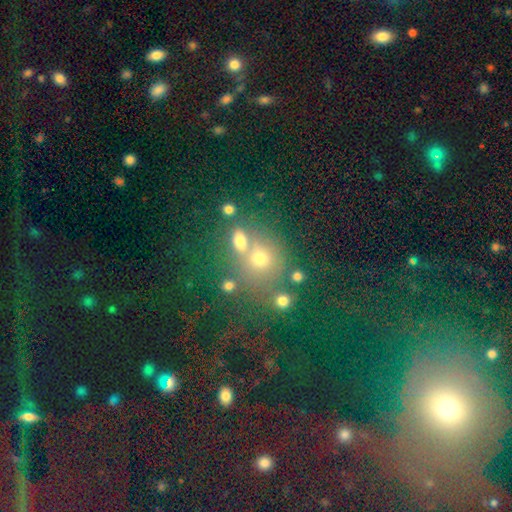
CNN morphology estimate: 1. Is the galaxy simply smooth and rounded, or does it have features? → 51% smooth, 35% star or artifact, 15% featured or disk.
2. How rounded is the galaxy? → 79% round, 20% in between, 1% cigar-shaped.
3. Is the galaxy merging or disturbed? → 55% none, 29% merger, 10% minor disturbance, 6% major disturbance.